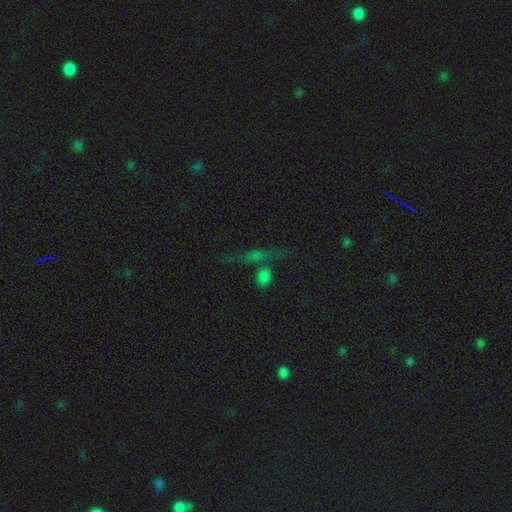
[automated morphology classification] Overall: smooth (40%; star or artifact 39%). Merging: none (53%; merger 23%).